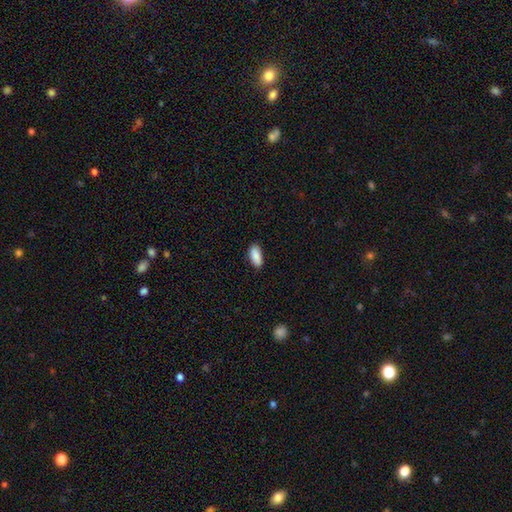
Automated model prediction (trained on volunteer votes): smooth_or_featured: smooth (p=0.90) [alt: star or artifact p=0.06]
how_rounded: in between (p=0.87) [alt: cigar-shaped p=0.11]
merging: none (p=0.86) [alt: minor disturbance p=0.11]